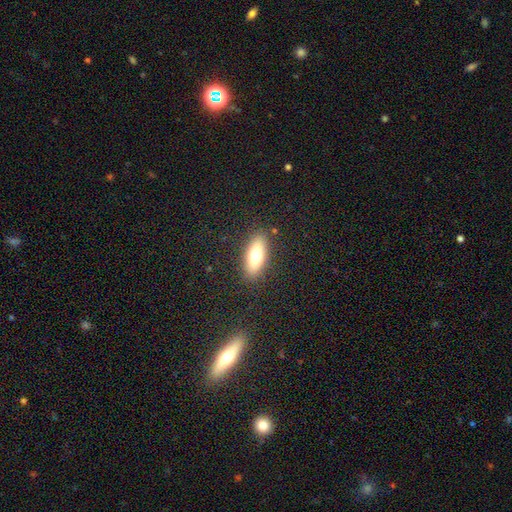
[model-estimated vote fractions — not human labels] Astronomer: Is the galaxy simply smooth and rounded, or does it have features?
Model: smooth — 69%.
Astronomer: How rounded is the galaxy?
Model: in between — 67%.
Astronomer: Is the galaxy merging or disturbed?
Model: none — 87%.